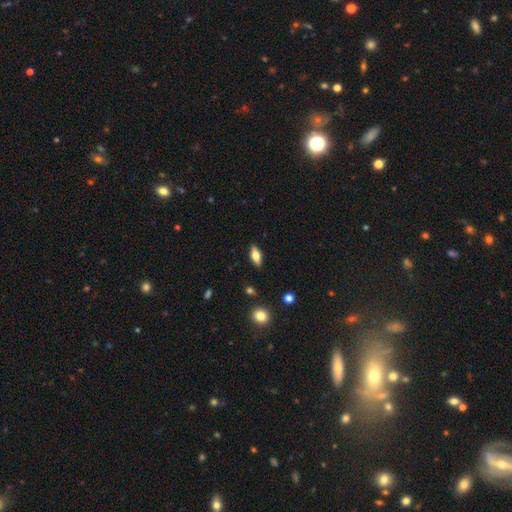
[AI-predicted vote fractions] The model was most divided on "smooth or featured": smooth: 56%, featured or disk: 37%, star or artifact: 7%. More confident: merging — none (88%); how rounded — in between (74%).